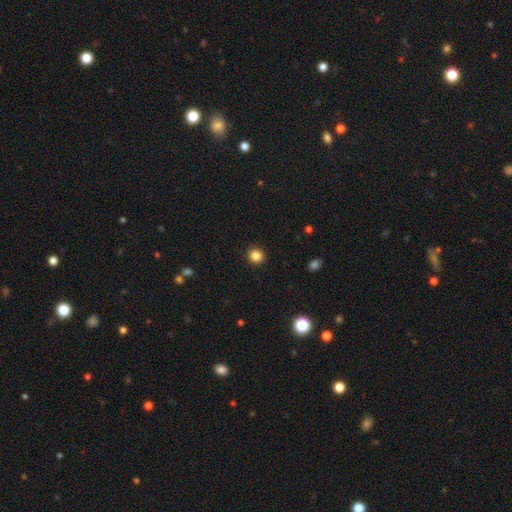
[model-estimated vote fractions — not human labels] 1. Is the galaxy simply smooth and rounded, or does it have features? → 85% smooth, 12% star or artifact, 4% featured or disk.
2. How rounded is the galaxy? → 92% round, 8% in between, 1% cigar-shaped.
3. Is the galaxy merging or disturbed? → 92% none, 5% minor disturbance, 2% major disturbance, 1% merger.